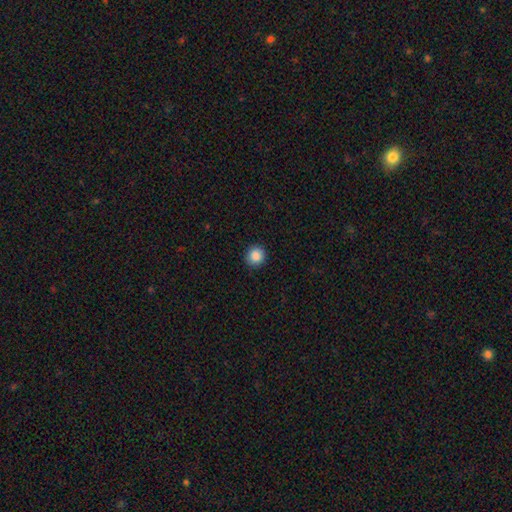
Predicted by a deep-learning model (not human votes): smooth 88%, star or artifact 9%, featured or disk 3%. Down the decision tree: how rounded — round (92%); merging — none (91%).